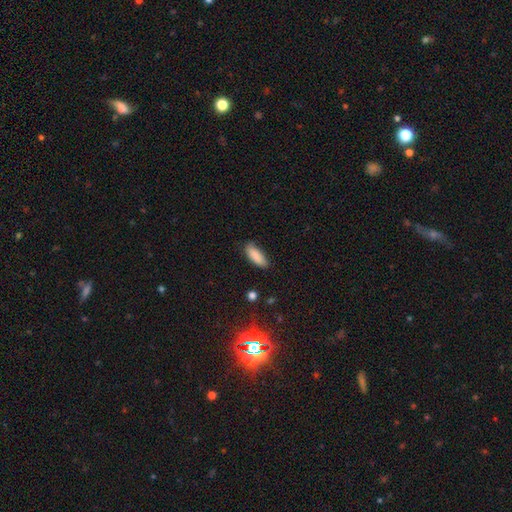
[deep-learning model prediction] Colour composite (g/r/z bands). It shows a smooth galaxy with no disk features (87%) that is in between round and cigar-shaped (73%). Merging: none (73%).